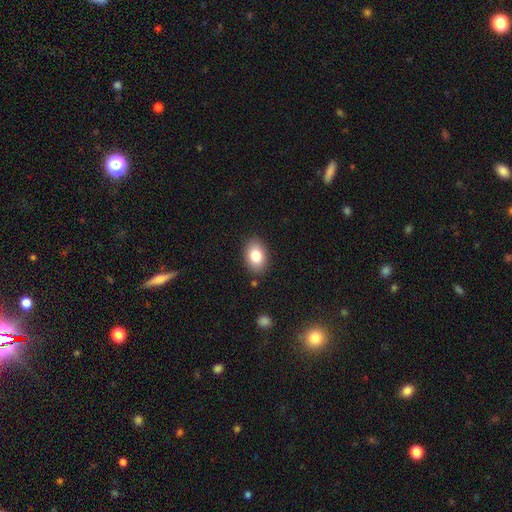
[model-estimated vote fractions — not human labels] A smooth galaxy with no disk features (83%) that is in between round and cigar-shaped (84%). Merging: none (85%).